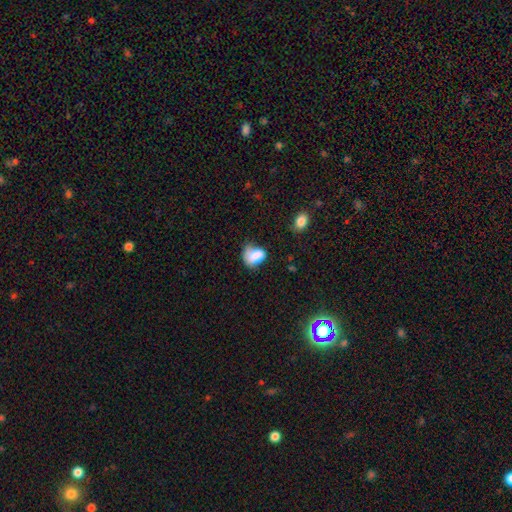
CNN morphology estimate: Smooth or featured?
  - smooth: 76% *
  - featured or disk: 16%
  - star or artifact: 8%
How rounded?
  - in between: 70% *
  - round: 29%
  - cigar-shaped: 1%
Merging?
  - minor disturbance: 37% *
  - none: 31%
  - major disturbance: 27%
  - merger: 6%